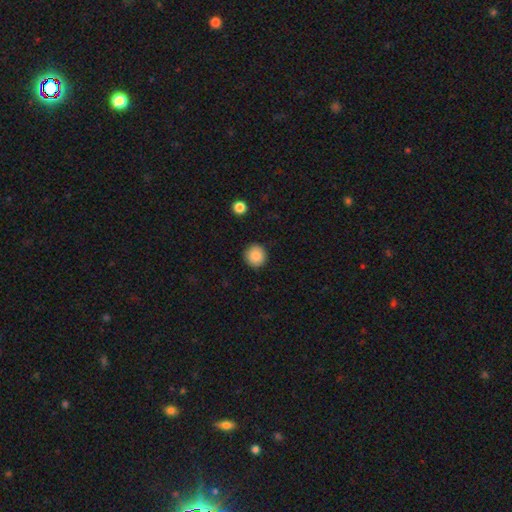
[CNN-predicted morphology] The model was most divided on "smooth or featured": smooth: 88%, star or artifact: 9%, featured or disk: 3%. More confident: how rounded — round (92%); merging — none (91%).